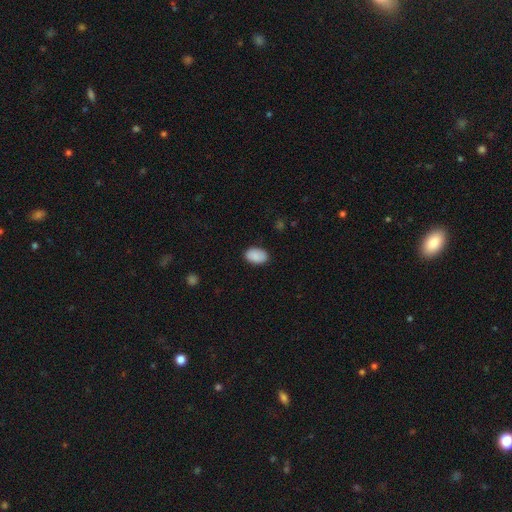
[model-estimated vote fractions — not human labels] This appears to be a smooth galaxy with no disk features (89%) that is in between round and cigar-shaped (89%). Merging: none (86%).